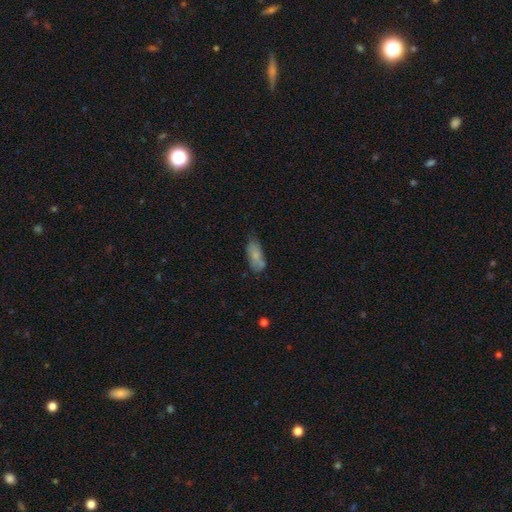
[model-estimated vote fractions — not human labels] Smooth or featured?
  - smooth: 73% *
  - featured or disk: 19%
  - star or artifact: 8%
How rounded?
  - in between: 85% *
  - cigar-shaped: 13%
  - round: 3%
Merging?
  - none: 54% *
  - minor disturbance: 28%
  - merger: 9%
  - major disturbance: 9%